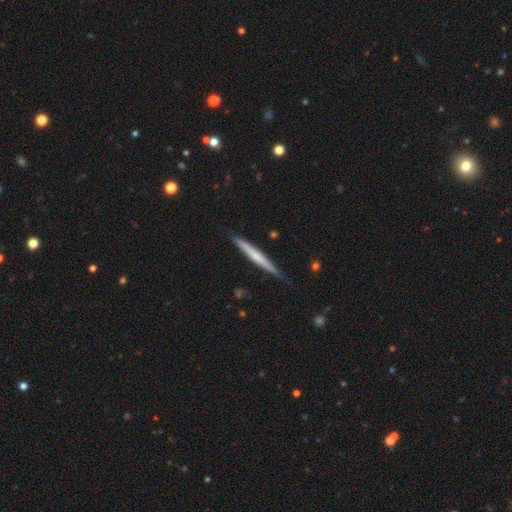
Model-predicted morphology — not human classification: smooth 50%, featured or disk 45%, star or artifact 5%. Down the decision tree: merging — none (86%).